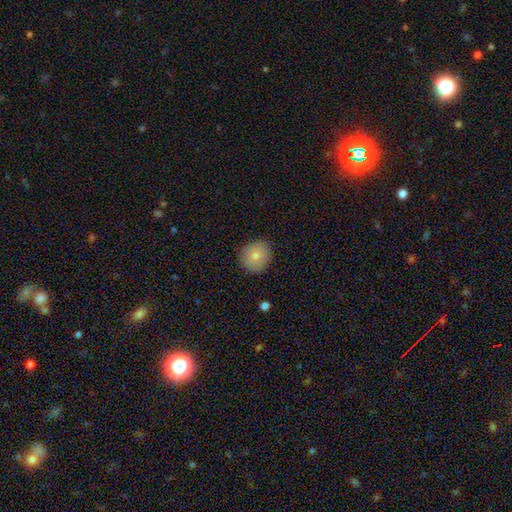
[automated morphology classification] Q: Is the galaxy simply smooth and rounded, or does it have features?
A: smooth — 76%.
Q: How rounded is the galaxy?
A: round — 83%.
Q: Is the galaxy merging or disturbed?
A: none — 87%.